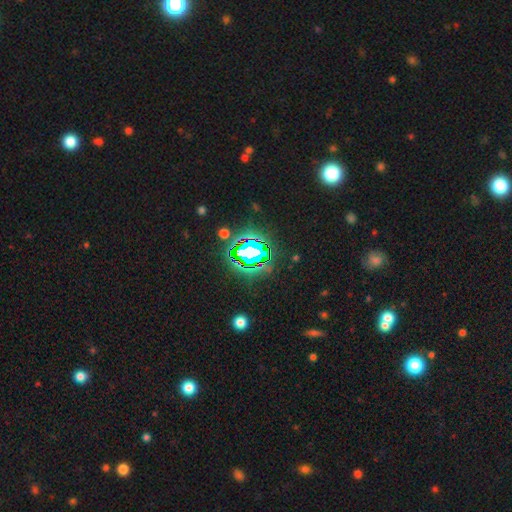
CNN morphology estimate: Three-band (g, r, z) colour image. It shows a star or artifact, not a galaxy (82%).